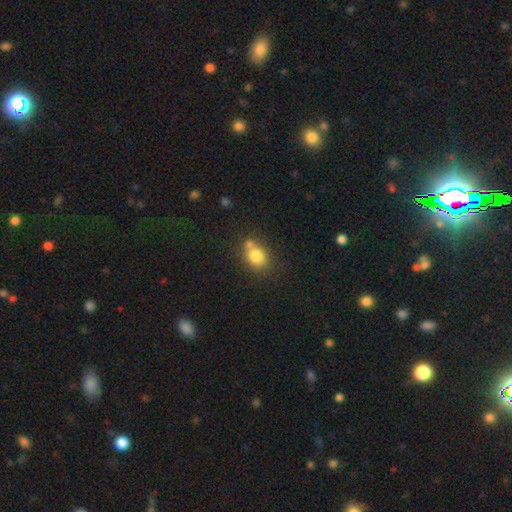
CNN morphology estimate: Smooth or featured: smooth — 80% (featured or disk — 10%)
How rounded: round — 59% (in between — 40%)
Merging: none — 53% (merger — 29%)